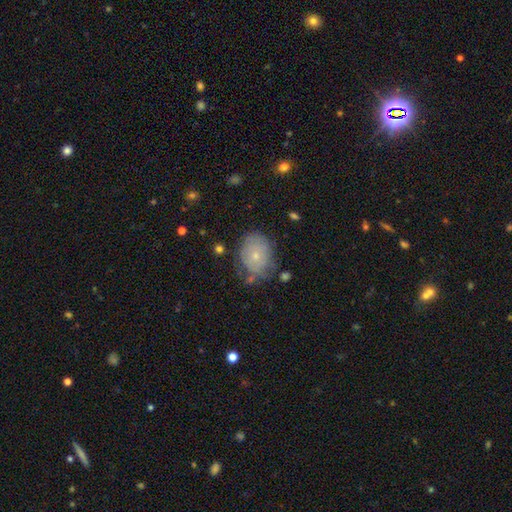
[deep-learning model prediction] Q: Smooth or featured?
A: smooth (59%); runner-up: featured or disk (32%)
Q: How rounded?
A: in between (59%); runner-up: round (40%)
Q: Merging?
A: none (64%); runner-up: minor disturbance (25%)